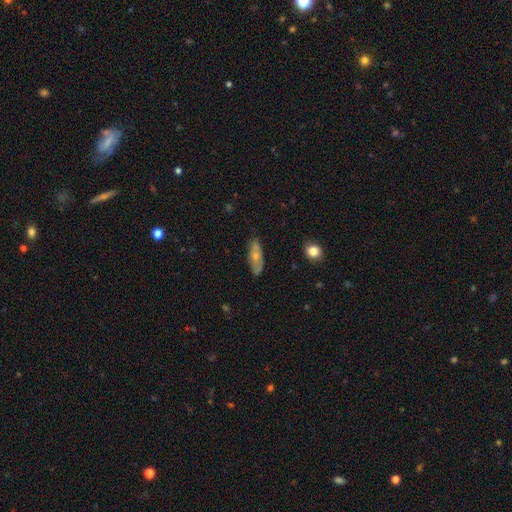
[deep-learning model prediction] Smooth or featured?
  - smooth: 53% *
  - featured or disk: 40%
  - star or artifact: 7%
How rounded?
  - in between: 63% *
  - cigar-shaped: 33%
  - round: 4%
Merging?
  - none: 77% *
  - minor disturbance: 18%
  - major disturbance: 3%
  - merger: 2%